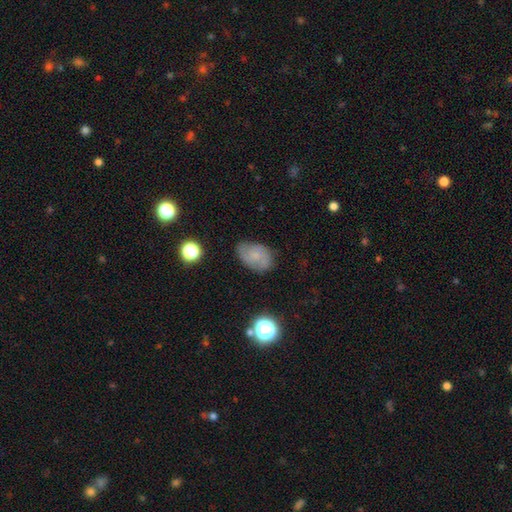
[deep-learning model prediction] Smooth or featured? Predicted: smooth (p=0.53). How rounded? Predicted: in between (p=0.81). Merging? Predicted: none (p=0.65).